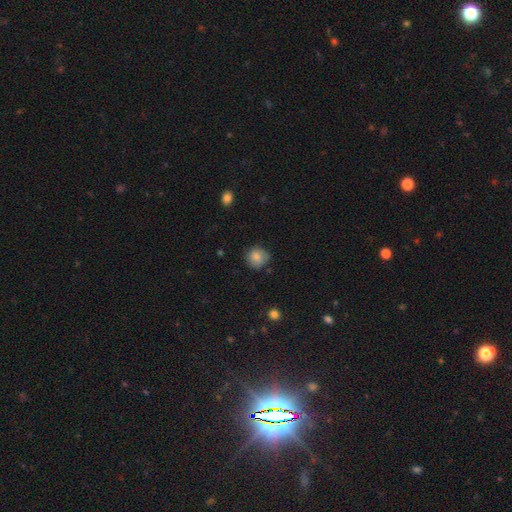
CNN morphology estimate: Smooth or featured? smooth (83%)
How rounded? round (86%)
Merging? none (75%)